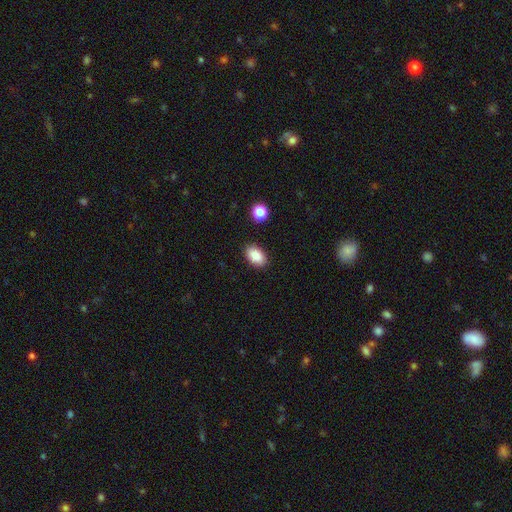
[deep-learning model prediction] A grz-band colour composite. It shows a smooth galaxy with no disk features (88%) that is in between round and cigar-shaped (91%). Merging: none (87%).